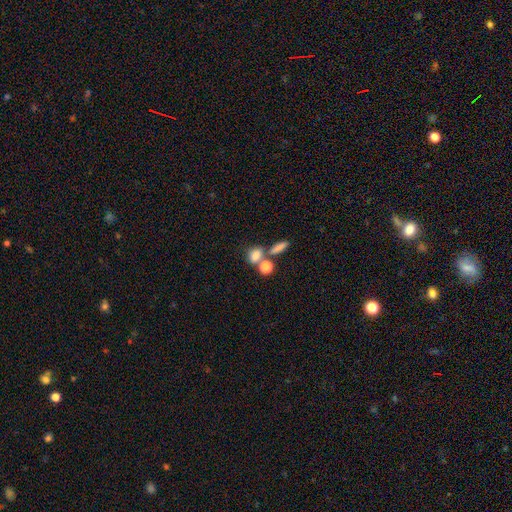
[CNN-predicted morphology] smooth_or_featured: smooth (p=0.77) [alt: star or artifact p=0.12]
how_rounded: in between (p=0.55) [alt: round p=0.41]
merging: none (p=0.44) [alt: merger p=0.39]